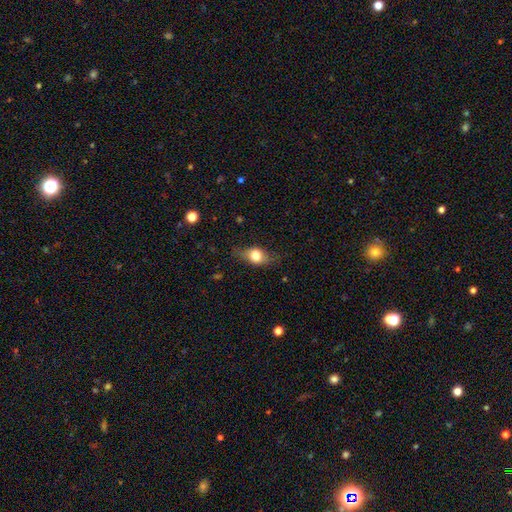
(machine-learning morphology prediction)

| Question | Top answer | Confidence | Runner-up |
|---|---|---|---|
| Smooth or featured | smooth | 64% | featured or disk (27%) |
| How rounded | in between | 68% | round (25%) |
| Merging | none | 69% | minor disturbance (22%) |